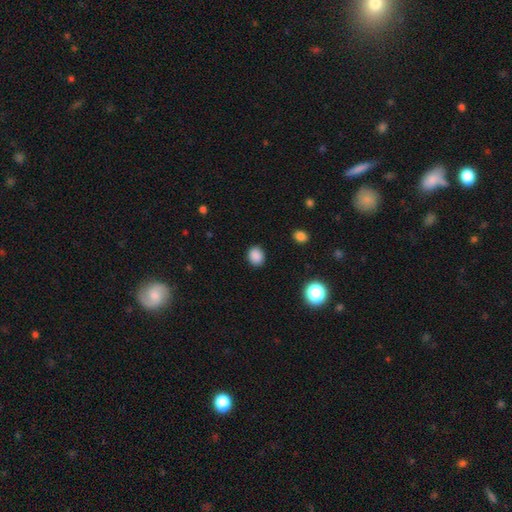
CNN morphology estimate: A smooth galaxy with no disk features (87%) that is round (63%).

Vote fractions:
- Smooth or featured? smooth: 87% / star or artifact: 10% / featured or disk: 3%
- How rounded? round: 63% / in between: 36% / cigar-shaped: 1%
- Merging? none: 89% / minor disturbance: 8% / major disturbance: 2% / merger: 1%